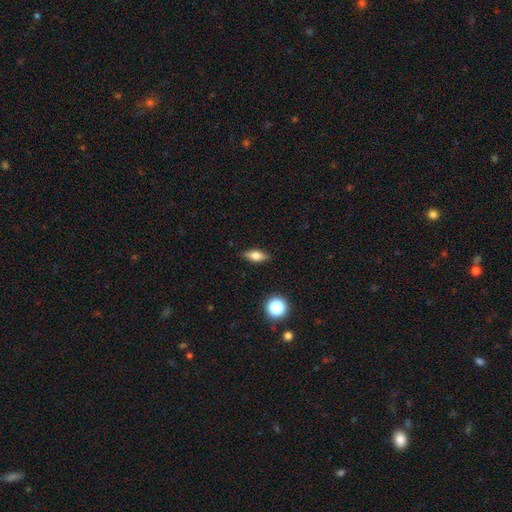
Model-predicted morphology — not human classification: type=smooth (66%); roundness=in between (69%); merging=none (86%).